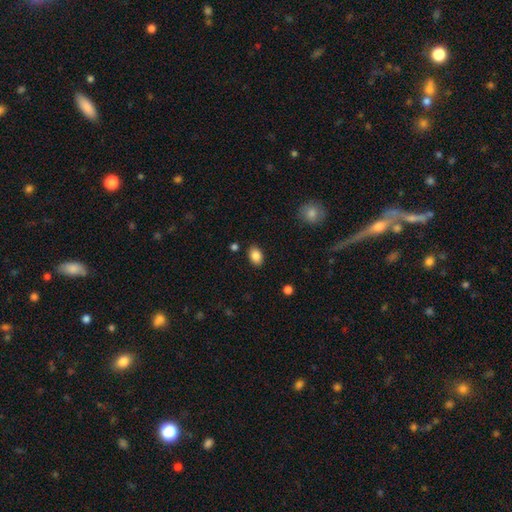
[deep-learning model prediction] smooth_or_featured: smooth (p=0.86) [alt: star or artifact p=0.08]
how_rounded: in between (p=0.84) [alt: round p=0.15]
merging: none (p=0.86) [alt: minor disturbance p=0.10]